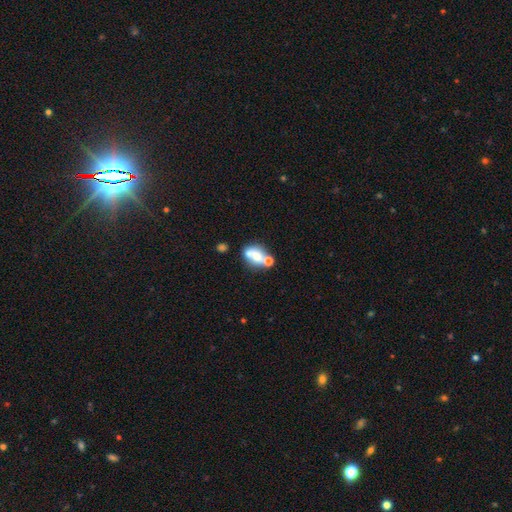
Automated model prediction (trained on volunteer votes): Morphology: type=smooth (58%); roundness=in between (77%); merging=merger (45%).